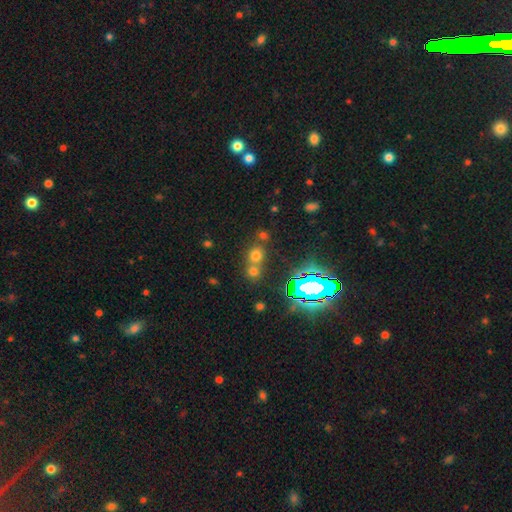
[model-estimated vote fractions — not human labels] This is possibly a smooth galaxy (59%). How rounded: likely round (76%). Merging: possibly none (50%).